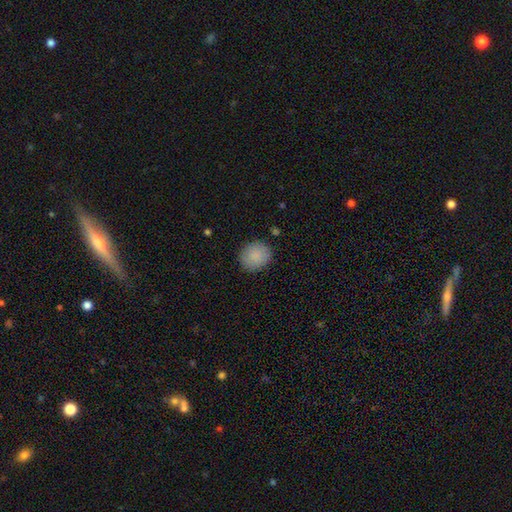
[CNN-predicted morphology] smooth-or-featured: smooth: 88% | star or artifact: 7% | featured or disk: 5%
  how-rounded: round: 77% | in between: 22% | cigar-shaped: 1%
  merging: none: 87% | minor disturbance: 9% | major disturbance: 2% | merger: 1%